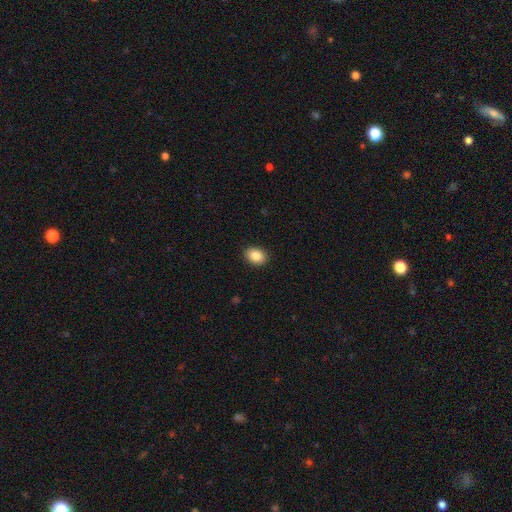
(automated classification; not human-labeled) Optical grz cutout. It shows a smooth galaxy with no disk features (87%) that is in between round and cigar-shaped (68%). Merging: none (89%).